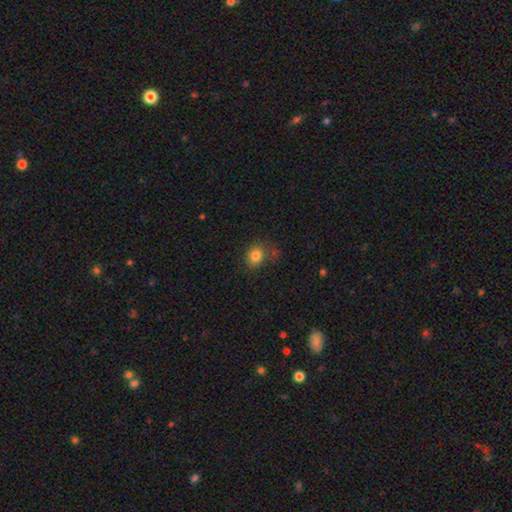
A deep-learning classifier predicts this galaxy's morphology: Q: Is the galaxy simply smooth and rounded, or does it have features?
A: smooth — 81%.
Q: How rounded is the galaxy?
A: round — 64%.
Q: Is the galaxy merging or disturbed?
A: none — 68%.